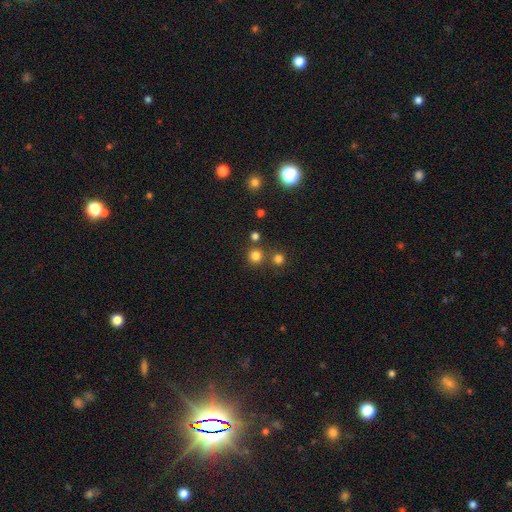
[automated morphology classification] This appears to be a smooth galaxy with no disk features (77%) that is round (93%). Merging: none (76%).